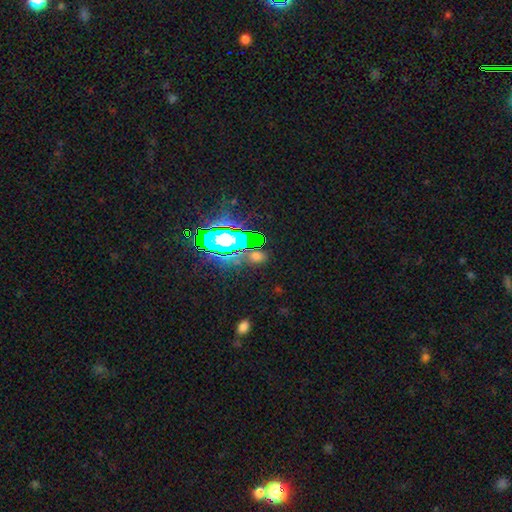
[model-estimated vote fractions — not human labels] Smooth or featured? star or artifact (53%)